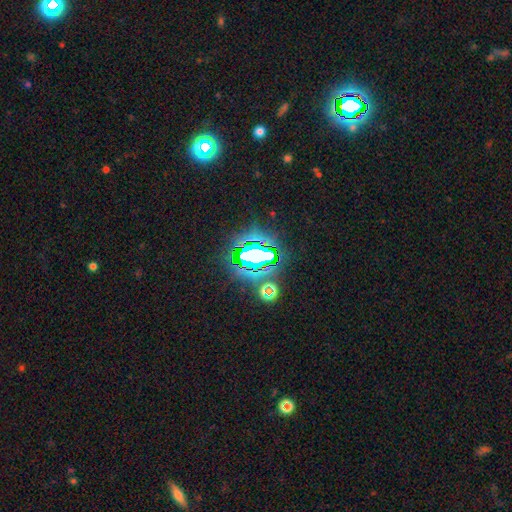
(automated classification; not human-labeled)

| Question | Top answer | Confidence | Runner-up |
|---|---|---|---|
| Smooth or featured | star or artifact | 70% | smooth (17%) |